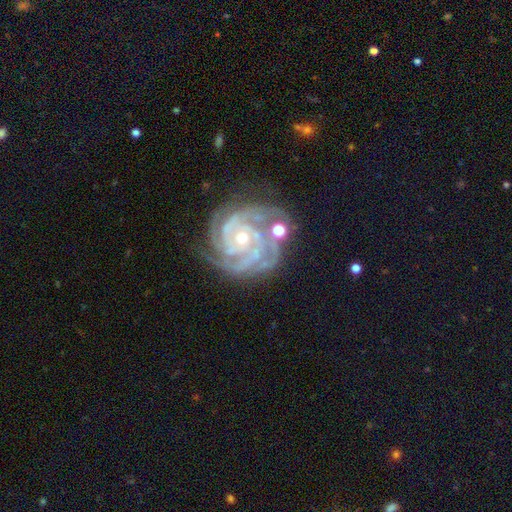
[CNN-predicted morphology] type=featured or disk (91%); edge-on=no (98%); bar=no (65%); spiral arms=yes (99%); winding=tight (81%); arm count=4 (34%); bulge=small (66%); merging=none (70%).